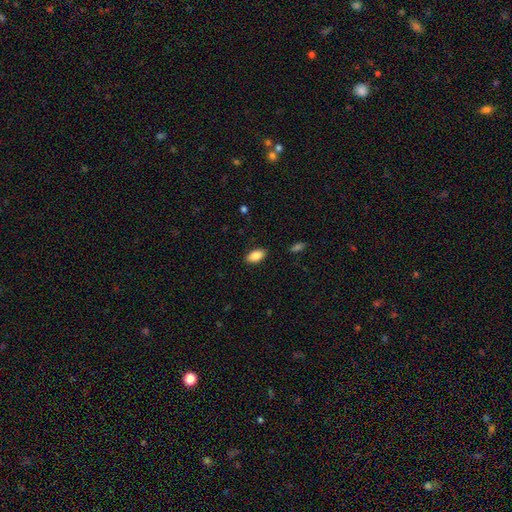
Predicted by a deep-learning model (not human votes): Smooth or featured? Predicted: smooth (p=0.87). How rounded? Predicted: in between (p=0.92). Merging? Predicted: none (p=0.88).